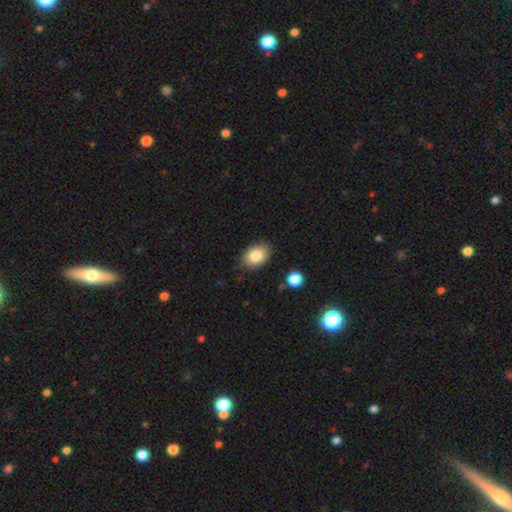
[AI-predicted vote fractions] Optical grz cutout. It shows a smooth galaxy with no disk features (84%) that is in between round and cigar-shaped (83%). Merging: none (85%).